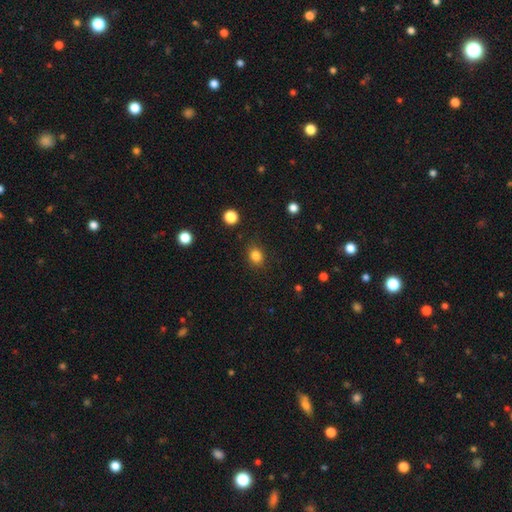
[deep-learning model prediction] This is clearly a smooth galaxy (83%). How rounded: likely round (61%). Merging: clearly none (85%).